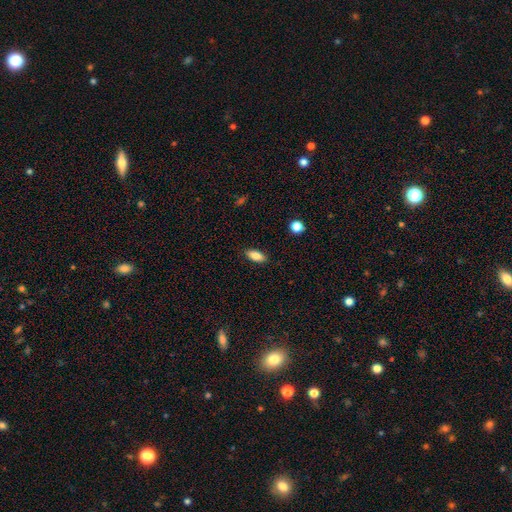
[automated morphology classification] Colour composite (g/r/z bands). It shows a smooth galaxy with no disk features (84%) that is in between round and cigar-shaped (85%). Merging: none (88%).